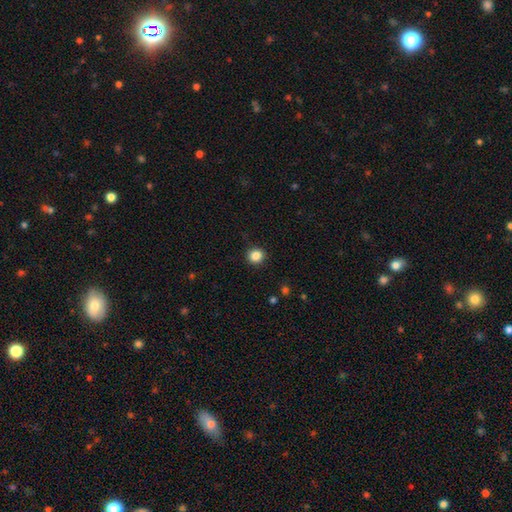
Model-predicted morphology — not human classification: A smooth galaxy with no disk features (86%) that is round (87%). Merging: none (91%).